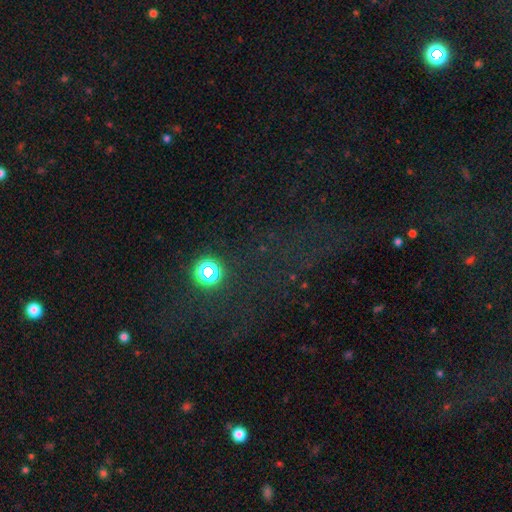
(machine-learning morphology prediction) type=star or artifact (61%).